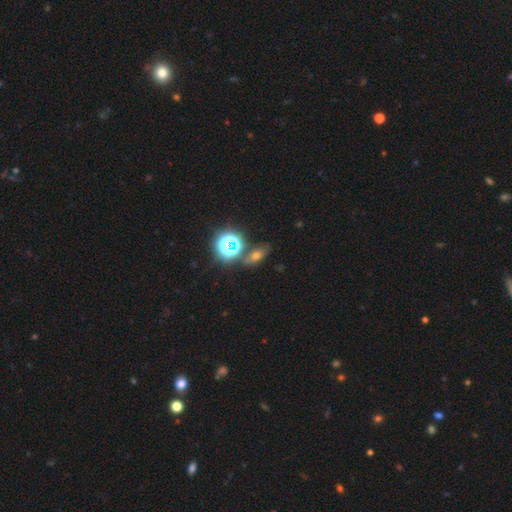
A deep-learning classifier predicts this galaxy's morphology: A smooth galaxy with no disk features (47%). Merging: none (75%).